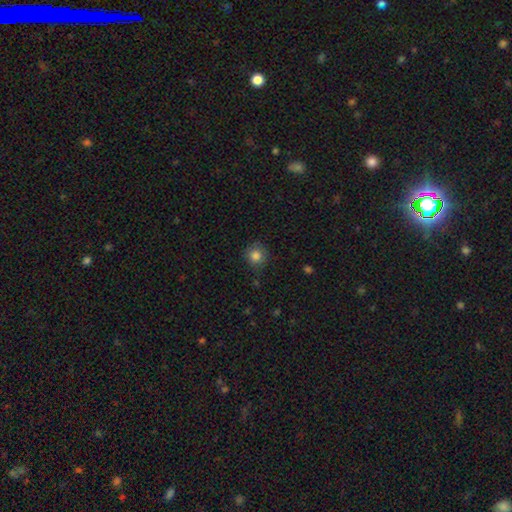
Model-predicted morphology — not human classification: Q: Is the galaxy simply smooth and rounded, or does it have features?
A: smooth — 83%.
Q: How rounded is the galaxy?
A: round — 89%.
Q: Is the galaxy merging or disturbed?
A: none — 80%.